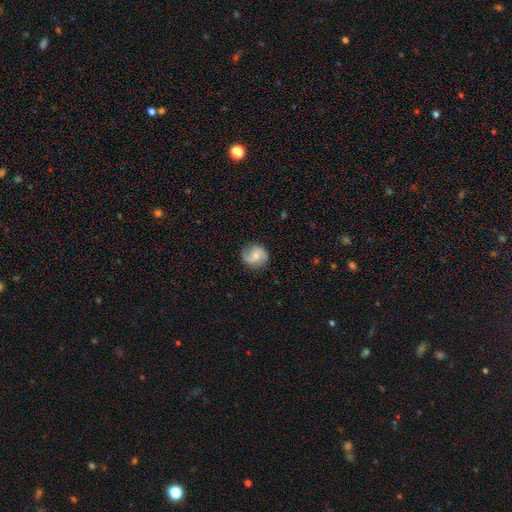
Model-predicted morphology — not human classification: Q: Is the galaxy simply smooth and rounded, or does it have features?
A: featured or disk — 66%.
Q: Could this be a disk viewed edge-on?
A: no — 98%.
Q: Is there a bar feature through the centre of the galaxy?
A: no — 55%.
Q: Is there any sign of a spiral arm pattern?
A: yes — 93%.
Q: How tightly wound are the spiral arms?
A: medium — 45%.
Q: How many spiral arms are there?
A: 2 — 82%.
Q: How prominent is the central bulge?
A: small — 50%.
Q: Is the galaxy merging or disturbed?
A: none — 79%.